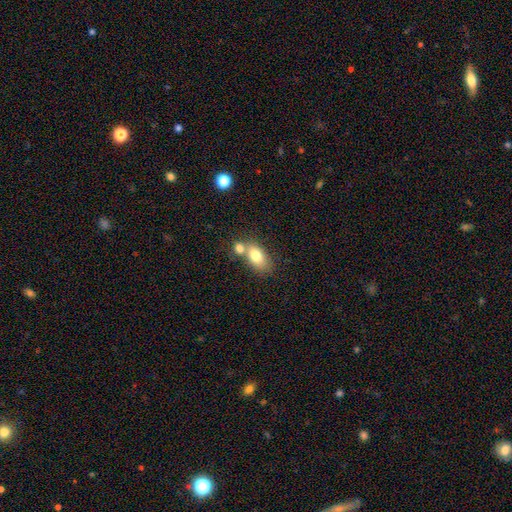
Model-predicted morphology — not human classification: This is likely a smooth galaxy (77%). How rounded: clearly in between (86%). Merging: marginally merger (44%).